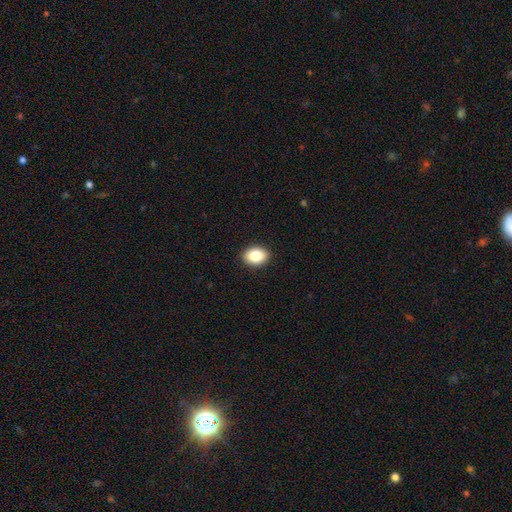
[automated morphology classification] Smooth or featured?
  - smooth: 85% *
  - star or artifact: 8%
  - featured or disk: 7%
How rounded?
  - in between: 76% *
  - round: 23%
  - cigar-shaped: 1%
Merging?
  - none: 91% *
  - minor disturbance: 6%
  - major disturbance: 2%
  - merger: 1%